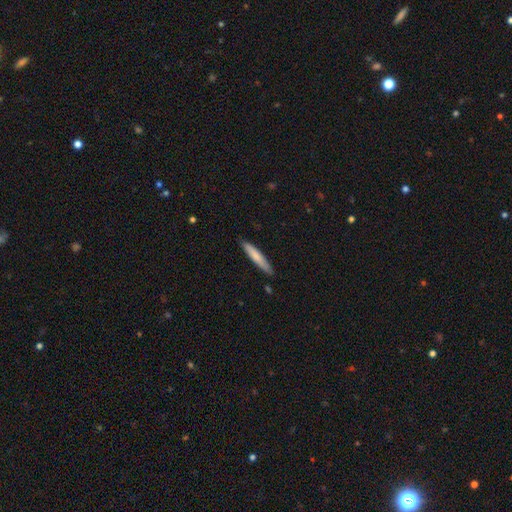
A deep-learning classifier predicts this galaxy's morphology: Smooth or featured: smooth — 73% (featured or disk — 22%)
How rounded: cigar-shaped — 92% (in between — 7%)
Merging: none — 86% (minor disturbance — 11%)